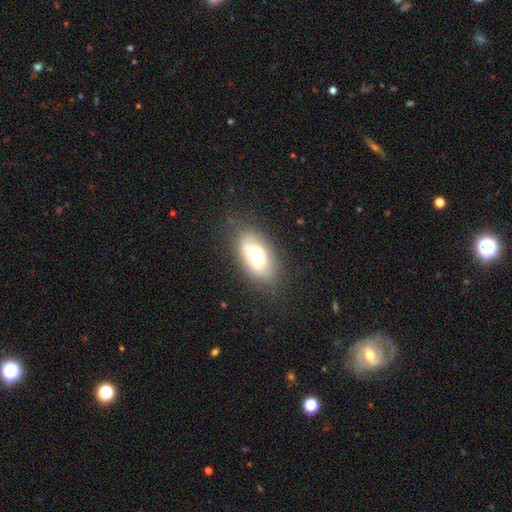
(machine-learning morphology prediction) Smooth or featured? smooth (57%)
How rounded? in between (91%)
Merging? none (72%)